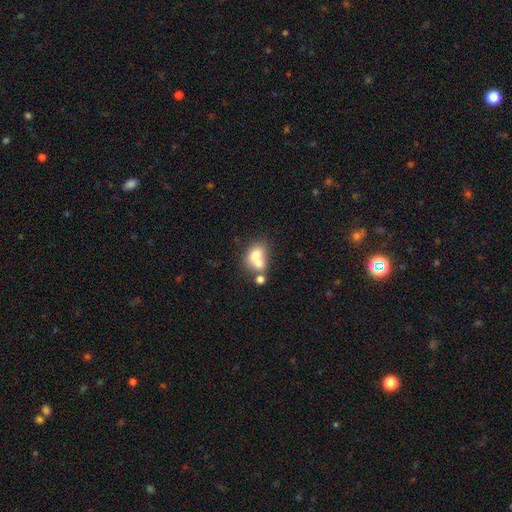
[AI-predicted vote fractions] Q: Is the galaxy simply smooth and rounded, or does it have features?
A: smooth — 67%.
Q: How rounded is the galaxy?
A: in between — 56%.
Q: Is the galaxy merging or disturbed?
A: merger — 61%.